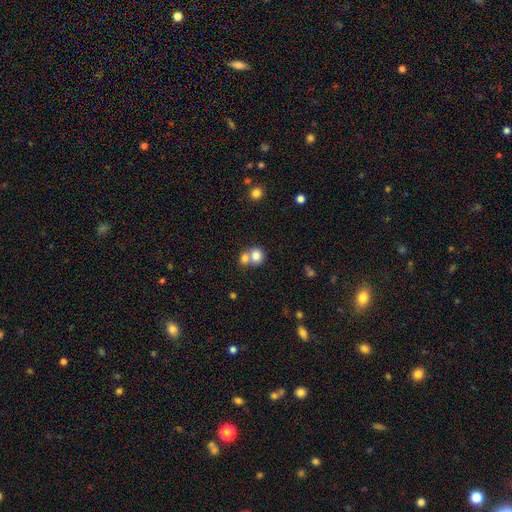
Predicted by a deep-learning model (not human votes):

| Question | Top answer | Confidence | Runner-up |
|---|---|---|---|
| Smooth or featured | smooth | 80% | featured or disk (11%) |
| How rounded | round | 72% | in between (27%) |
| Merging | merger | 57% | none (34%) |